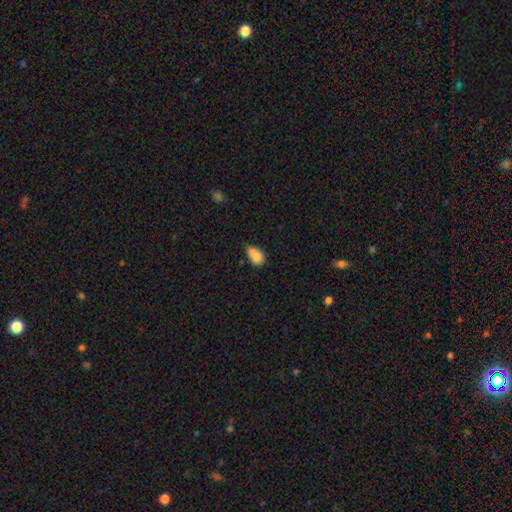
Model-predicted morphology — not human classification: A smooth galaxy with no disk features (78%) that is in between round and cigar-shaped (69%). Merging: merger (32%).